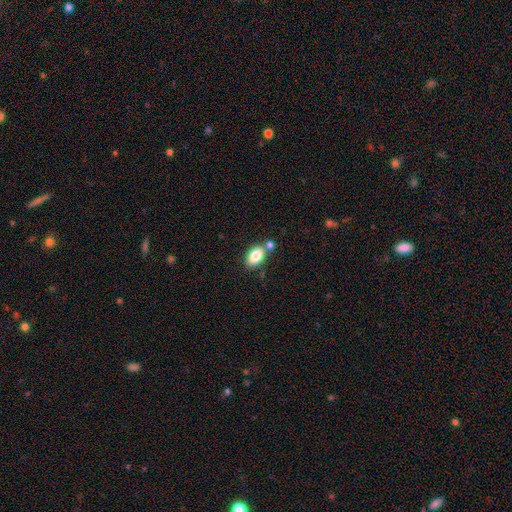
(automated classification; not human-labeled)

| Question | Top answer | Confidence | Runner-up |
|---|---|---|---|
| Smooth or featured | smooth | 83% | featured or disk (10%) |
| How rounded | in between | 90% | round (7%) |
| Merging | none | 63% | merger (20%) |